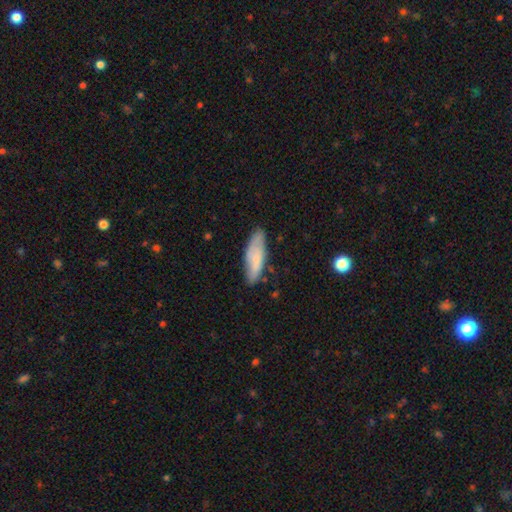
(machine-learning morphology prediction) type=smooth (68%); roundness=in between (52%); merging=none (72%).